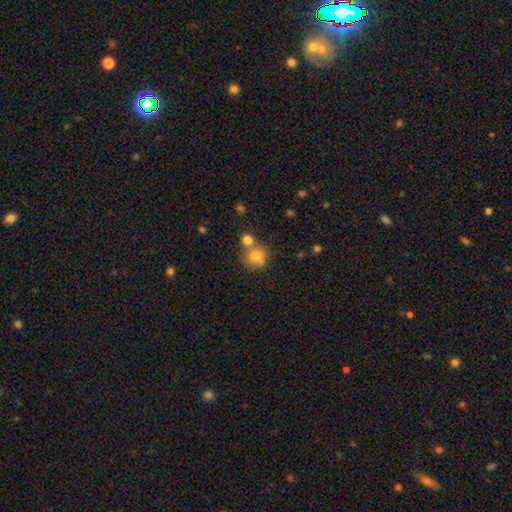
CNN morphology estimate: smooth 75%, featured or disk 13%, star or artifact 12%. Down the decision tree: how rounded — round (80%); merging — none (47%).